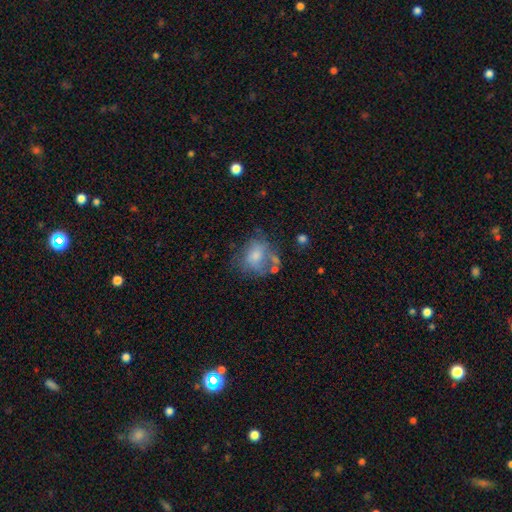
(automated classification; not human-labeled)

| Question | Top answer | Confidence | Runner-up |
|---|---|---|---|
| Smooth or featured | smooth | 58% | featured or disk (32%) |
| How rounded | round | 56% | in between (43%) |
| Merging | none | 41% | minor disturbance (26%) |